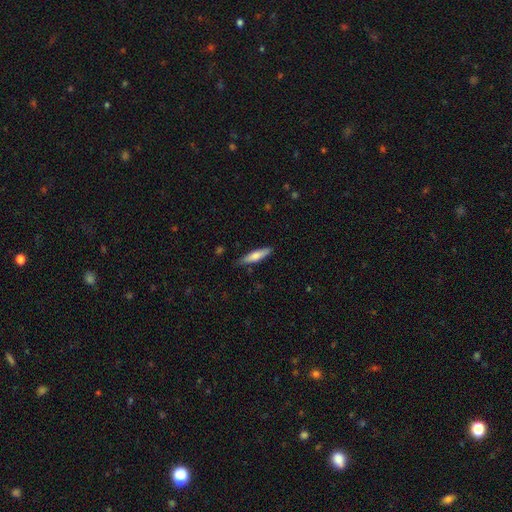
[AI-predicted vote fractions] Smooth or featured: smooth — 68% (featured or disk — 26%)
How rounded: cigar-shaped — 80% (in between — 18%)
Merging: none — 84% (minor disturbance — 13%)